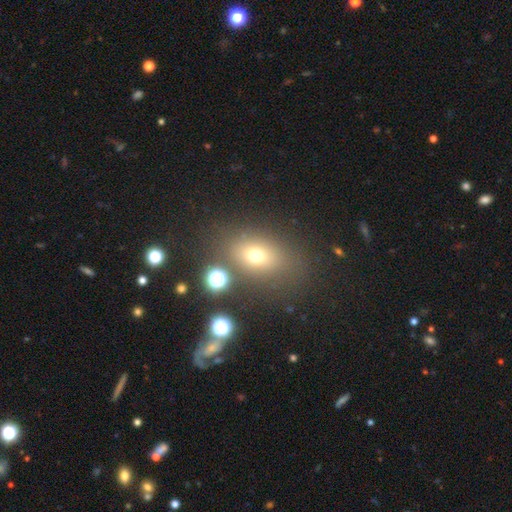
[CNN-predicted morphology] Smooth or featured? Predicted: smooth (p=0.69). How rounded? Predicted: in between (p=0.66). Merging? Predicted: none (p=0.73).